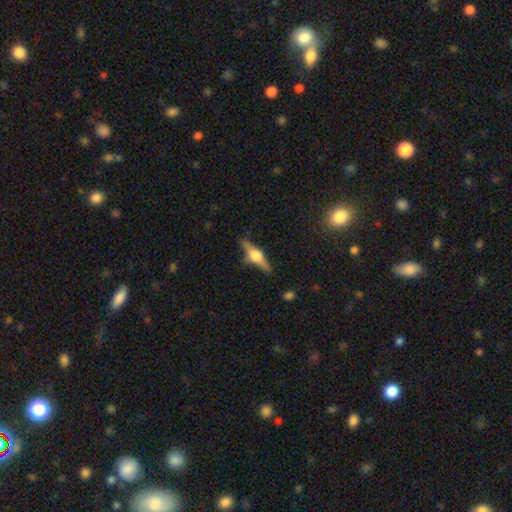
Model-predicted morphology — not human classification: The model was most divided on "smooth or featured": featured or disk: 72%, smooth: 21%, star or artifact: 7%. More confident: edge-on disk — yes (96%); edge-on bulge — rounded (93%); merging — none (81%).